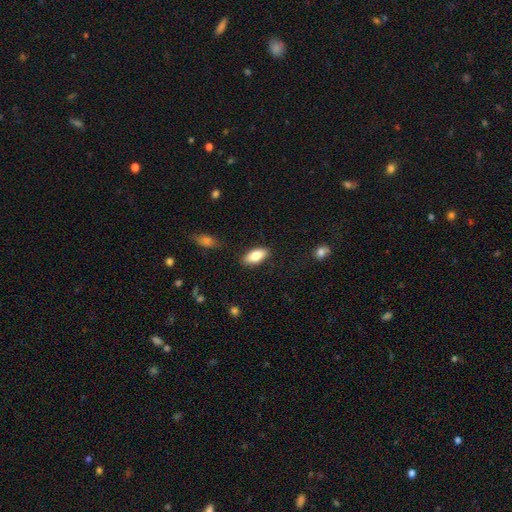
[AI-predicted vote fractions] smooth 82%, featured or disk 11%, star or artifact 7%. Down the decision tree: how rounded — in between (88%); merging — none (86%).